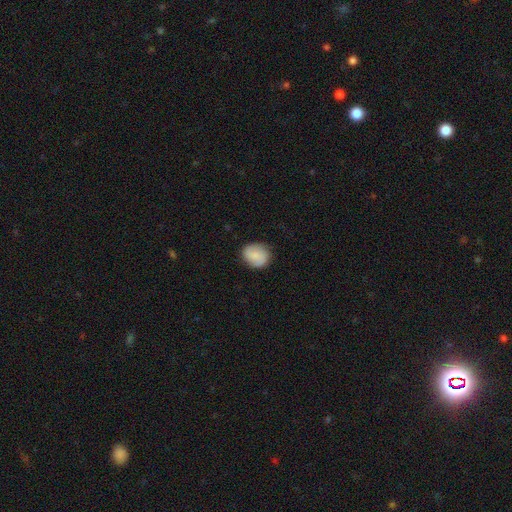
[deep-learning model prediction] smooth-or-featured: smooth: 66% | featured or disk: 26% | star or artifact: 8%
  how-rounded: round: 68% | in between: 31% | cigar-shaped: 1%
  merging: none: 81% | minor disturbance: 14% | major disturbance: 4% | merger: 1%